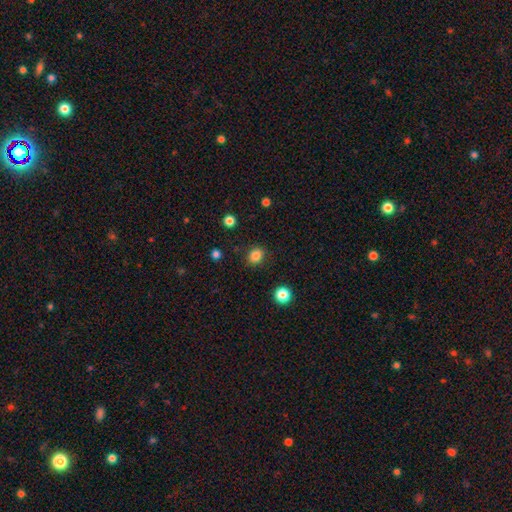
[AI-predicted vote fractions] This appears to be a smooth galaxy with no disk features (84%) that is round (69%). Merging: none (87%).